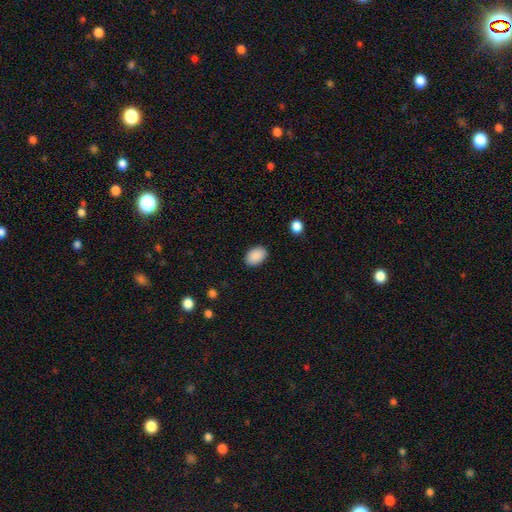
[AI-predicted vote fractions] A smooth galaxy with no disk features (90%) that is in between round and cigar-shaped (86%). Merging: none (88%).